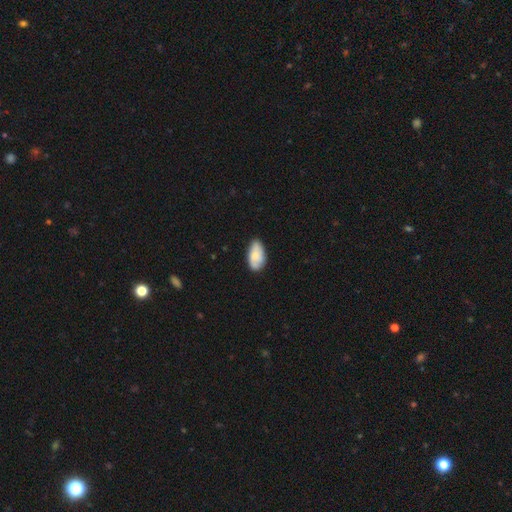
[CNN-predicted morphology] smooth_or_featured: smooth (p=0.74) [alt: featured or disk p=0.19]
how_rounded: in between (p=0.94) [alt: cigar-shaped p=0.03]
merging: none (p=0.75) [alt: minor disturbance p=0.21]